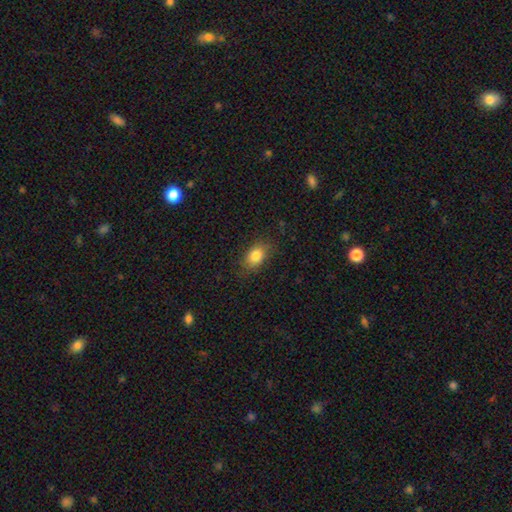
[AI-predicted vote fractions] The model was most divided on "how rounded": in between: 79%, round: 19%, cigar-shaped: 2%. More confident: smooth or featured — smooth (83%); merging — none (79%).